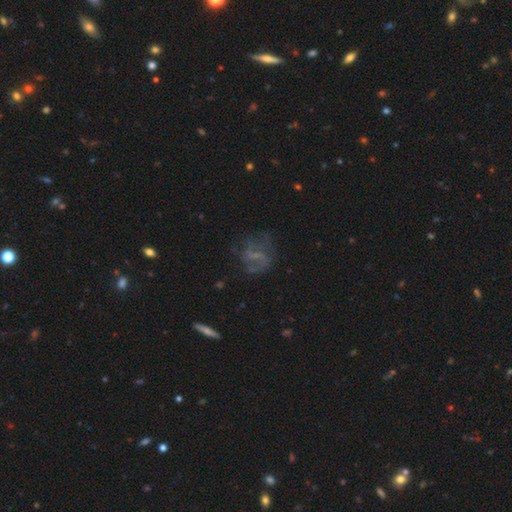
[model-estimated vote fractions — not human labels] smooth_or_featured: featured or disk (p=0.59) [alt: smooth p=0.26]
disk_edge_on: no (p=0.95) [alt: yes p=0.05]
bar: weak (p=0.44) [alt: no p=0.34]
has_spiral_arms: yes (p=0.65) [alt: no p=0.35]
bulge_size: none (p=0.50) [alt: small p=0.34]
merging: none (p=0.58) [alt: major disturbance p=0.20]